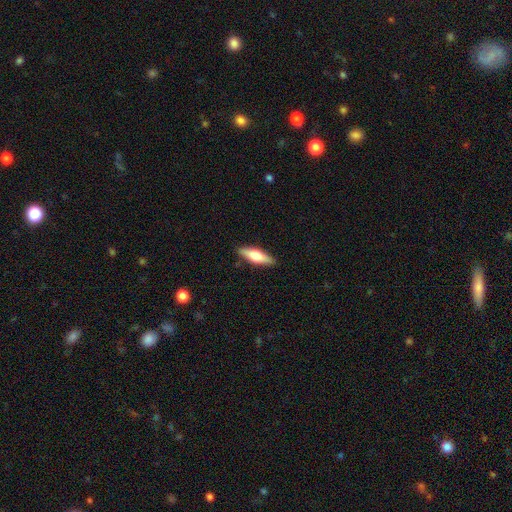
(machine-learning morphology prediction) smooth_or_featured: smooth (p=0.57) [alt: featured or disk p=0.37]
how_rounded: cigar-shaped (p=0.51) [alt: in between p=0.47]
merging: none (p=0.88) [alt: minor disturbance p=0.09]